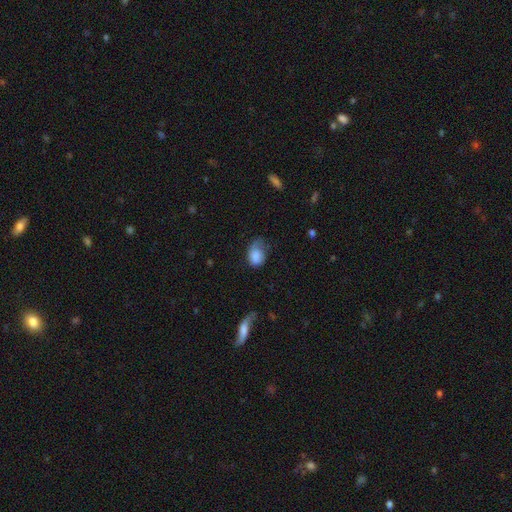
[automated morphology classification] Smooth or featured? smooth (77%)
How rounded? in between (75%)
Merging? minor disturbance (38%)